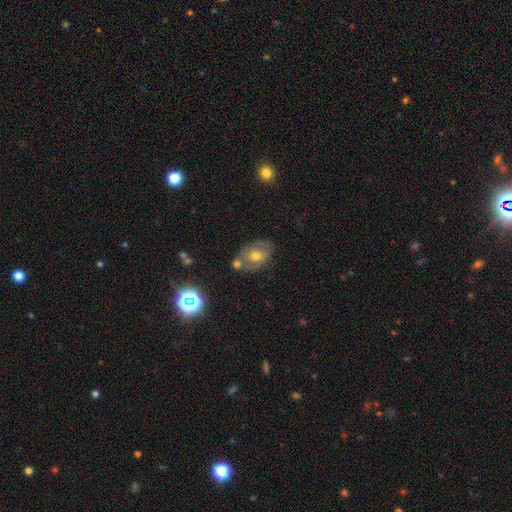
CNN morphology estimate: This appears to be a smooth galaxy with no disk features (47%). Merging: none (56%).